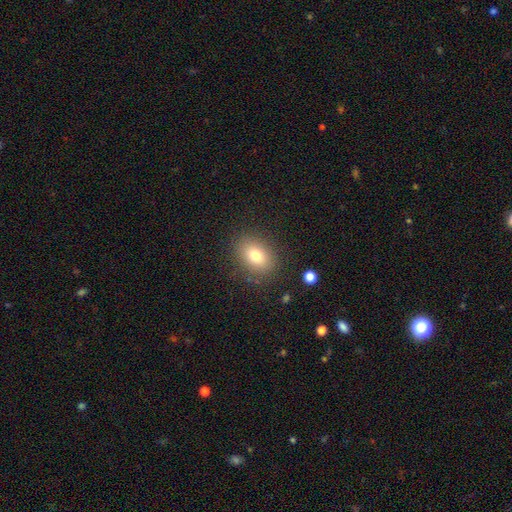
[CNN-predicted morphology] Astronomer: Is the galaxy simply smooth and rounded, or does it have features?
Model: smooth — 76%.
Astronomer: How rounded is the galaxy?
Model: in between — 67%.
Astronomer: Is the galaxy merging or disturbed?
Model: none — 84%.